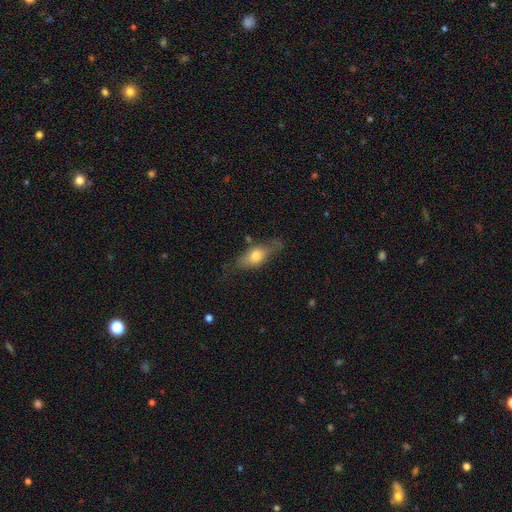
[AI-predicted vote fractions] Q: Smooth or featured?
A: smooth (67%); runner-up: featured or disk (26%)
Q: How rounded?
A: in between (75%); runner-up: cigar-shaped (18%)
Q: Merging?
A: none (57%); runner-up: minor disturbance (27%)